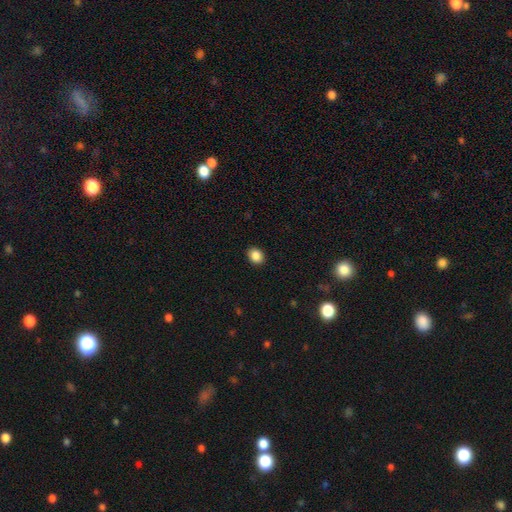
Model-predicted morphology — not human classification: A smooth galaxy with no disk features (87%) that is in between round and cigar-shaped (55%). Merging: none (91%).